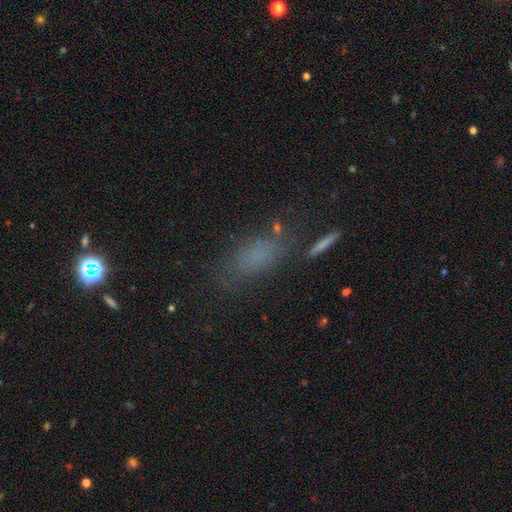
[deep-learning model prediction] smooth 69%, star or artifact 18%, featured or disk 13%. Down the decision tree: how rounded — in between (77%); merging — none (65%).